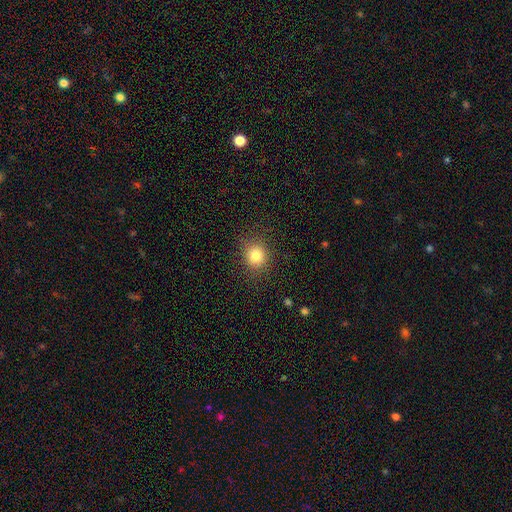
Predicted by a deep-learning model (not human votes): Smooth or featured: smooth — 81% (star or artifact — 12%)
How rounded: round — 81% (in between — 18%)
Merging: none — 86% (minor disturbance — 9%)